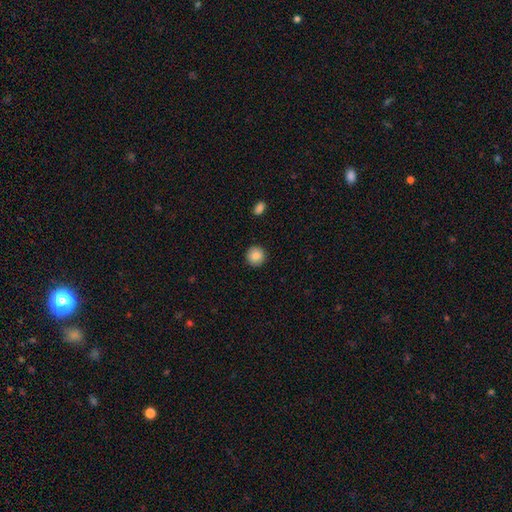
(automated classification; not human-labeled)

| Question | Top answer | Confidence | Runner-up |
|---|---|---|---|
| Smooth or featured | smooth | 88% | star or artifact (8%) |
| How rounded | round | 94% | in between (5%) |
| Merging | none | 92% | minor disturbance (5%) |